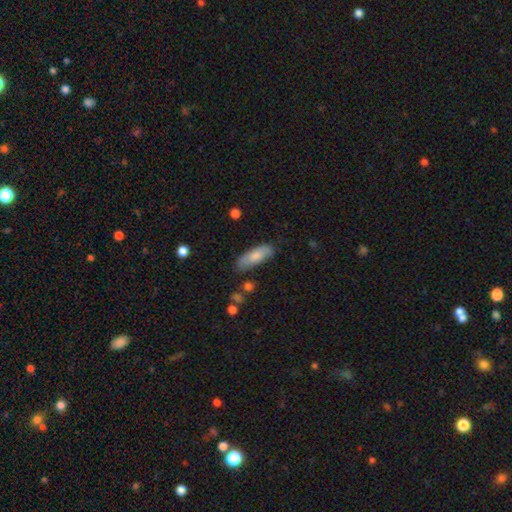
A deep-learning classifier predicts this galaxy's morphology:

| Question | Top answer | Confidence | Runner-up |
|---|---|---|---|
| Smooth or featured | smooth | 77% | featured or disk (17%) |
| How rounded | in between | 63% | cigar-shaped (35%) |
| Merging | none | 72% | minor disturbance (21%) |